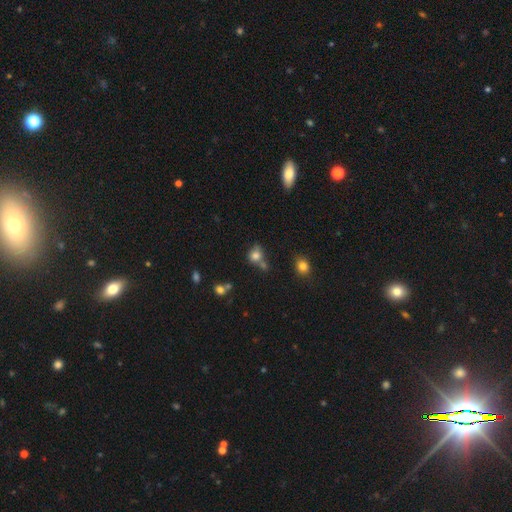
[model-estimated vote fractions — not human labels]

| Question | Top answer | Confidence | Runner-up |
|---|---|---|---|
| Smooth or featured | smooth | 78% | star or artifact (13%) |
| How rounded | round | 72% | in between (26%) |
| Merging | none | 46% | merger (29%) |